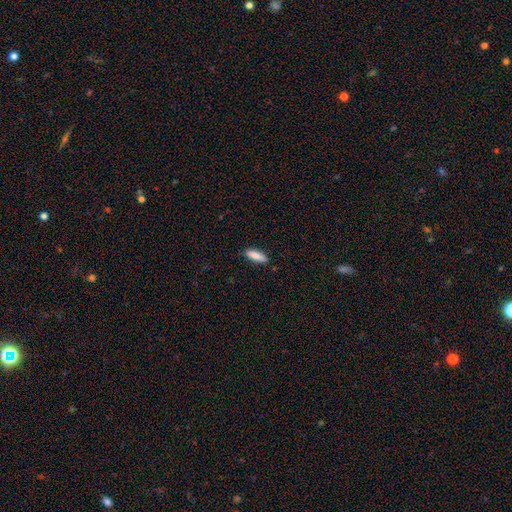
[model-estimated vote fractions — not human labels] This is clearly a smooth galaxy (85%). How rounded: possibly cigar-shaped (52%). Merging: clearly none (84%).